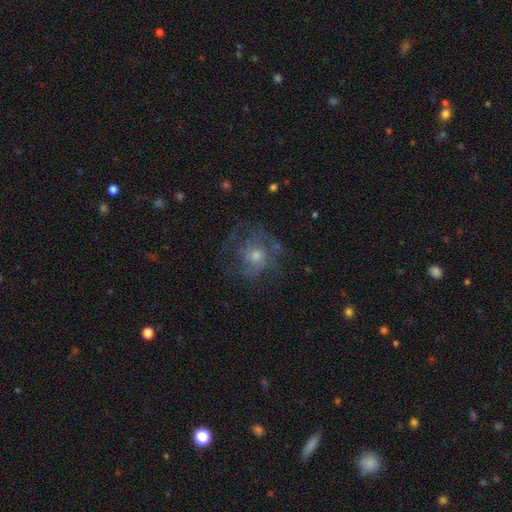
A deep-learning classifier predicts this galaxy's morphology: type=featured or disk (59%); edge-on=no (97%); bar=no (79%); spiral arms=yes (78%); bulge=moderate (54%); merging=none (65%).